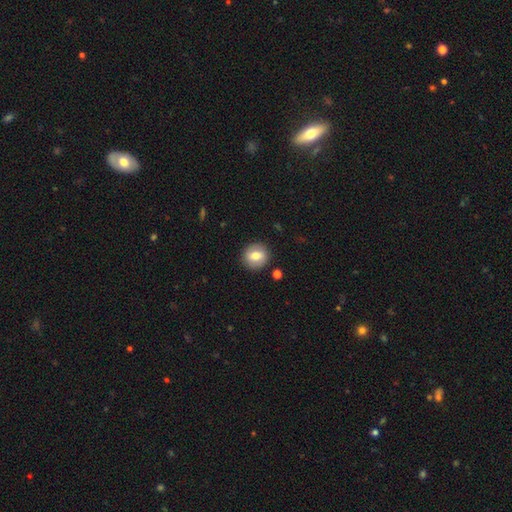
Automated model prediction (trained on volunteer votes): This appears to be a smooth galaxy with no disk features (68%) that is round (86%). Merging: none (88%).